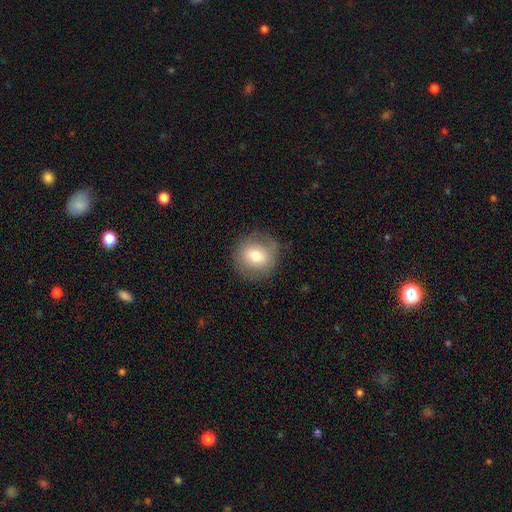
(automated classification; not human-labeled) Smooth or featured? Predicted: smooth (p=0.70). How rounded? Predicted: round (p=0.90). Merging? Predicted: none (p=0.83).